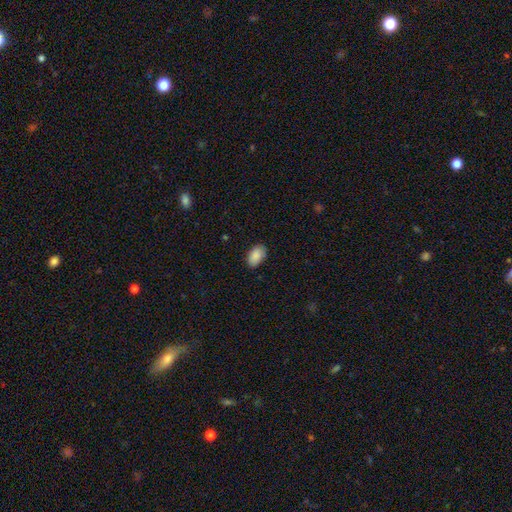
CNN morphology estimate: Smooth or featured? Predicted: smooth (p=0.87). How rounded? Predicted: in between (p=0.93). Merging? Predicted: none (p=0.82).